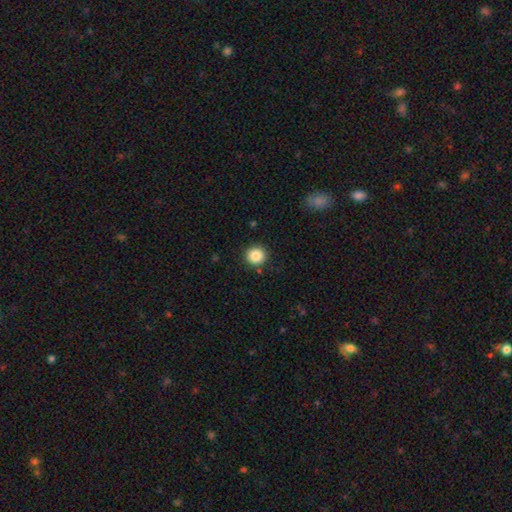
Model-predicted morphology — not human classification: Q: Smooth or featured?
A: smooth (86%); runner-up: star or artifact (10%)
Q: How rounded?
A: round (93%); runner-up: in between (6%)
Q: Merging?
A: none (90%); runner-up: minor disturbance (6%)